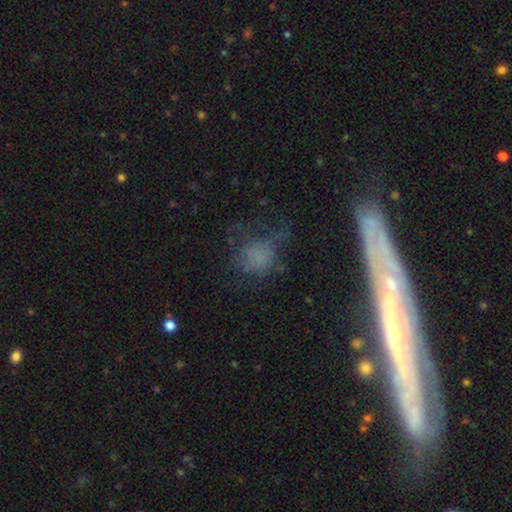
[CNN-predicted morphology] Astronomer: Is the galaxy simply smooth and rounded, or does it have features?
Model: smooth — 49% (runner-up: featured or disk, 29%).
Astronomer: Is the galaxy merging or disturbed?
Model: none — 51%.